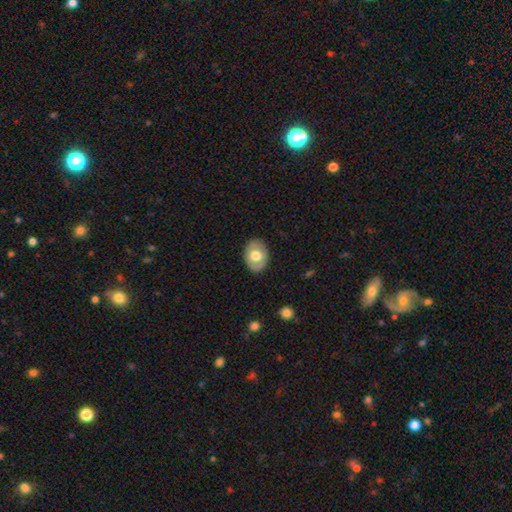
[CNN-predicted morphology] The model was most divided on "smooth or featured": smooth: 59%, featured or disk: 34%, star or artifact: 6%. More confident: merging — none (84%); how rounded — in between (66%).